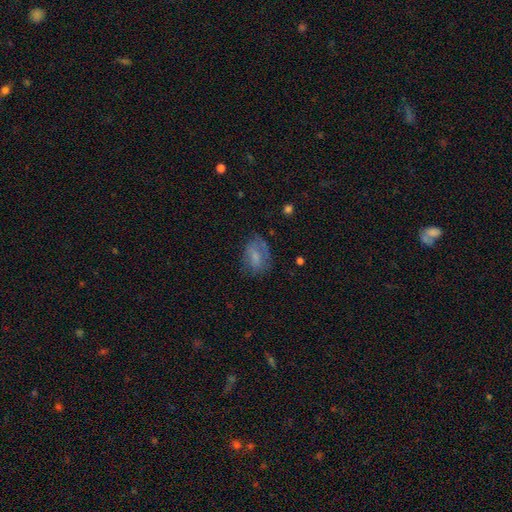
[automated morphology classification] smooth_or_featured: smooth (p=0.63) [alt: featured or disk p=0.27]
how_rounded: in between (p=0.74) [alt: round p=0.24]
merging: none (p=0.58) [alt: minor disturbance p=0.25]